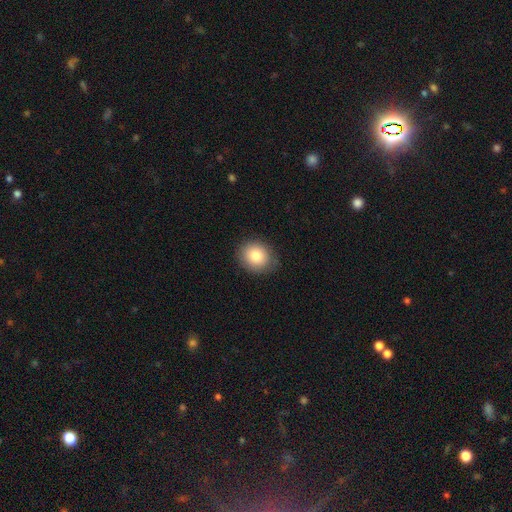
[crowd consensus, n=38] Morphology: type=smooth (84%); roundness=round (69%); merging=none (89%).